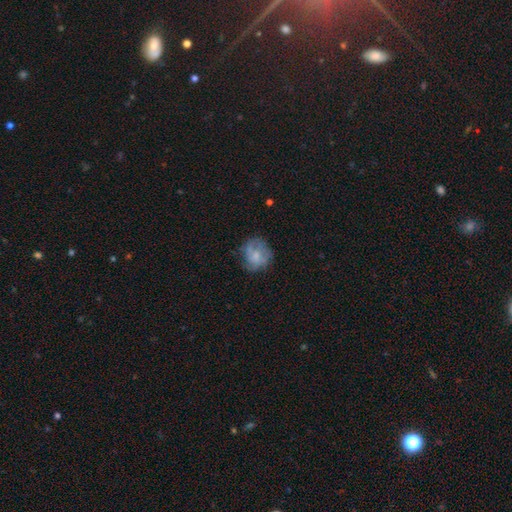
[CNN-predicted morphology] Q: Smooth or featured?
A: smooth (48%); runner-up: featured or disk (43%)
Q: Merging?
A: none (63%); runner-up: minor disturbance (23%)